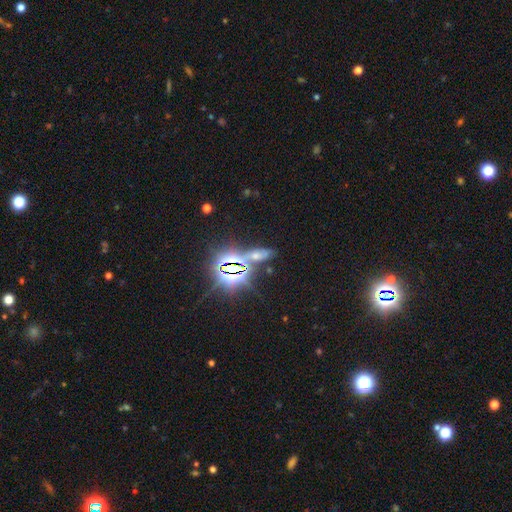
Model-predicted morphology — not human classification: Smooth or featured?
  - star or artifact: 53% *
  - smooth: 30%
  - featured or disk: 17%